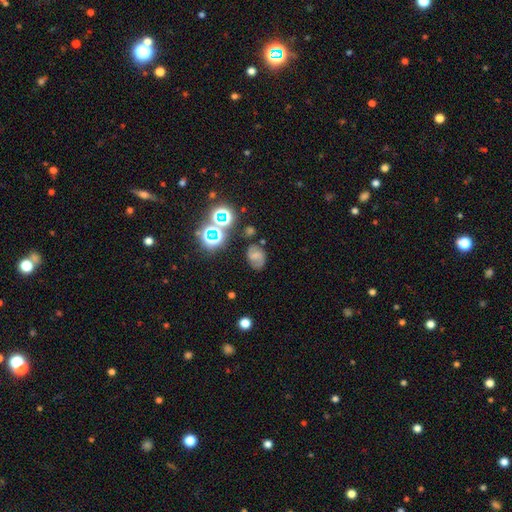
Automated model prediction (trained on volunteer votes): This is possibly a featured or disk galaxy (48%). Merging: likely none (71%).